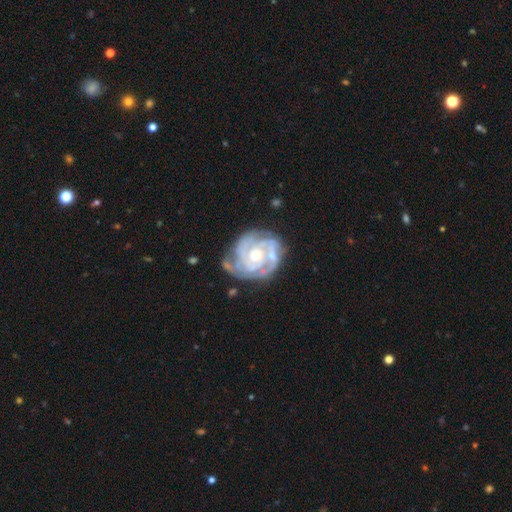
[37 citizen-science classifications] smooth-or-featured: featured or disk: 86% | smooth: 8% | star or artifact: 5%
  disk-edge-on: no: 100% | yes: 0%
    bar: no: 53% | weak: 31% | strong: 16%
    has-spiral-arms: yes: 88% | no: 12%
      spiral-winding: tight: 64% | medium: 25% | loose: 11%
      spiral-arm-count: 2: 50% | 3: 18% | can't tell: 18% | 4: 7% | 1: 4% | more than 4: 4%
    bulge-size: moderate: 50% | small: 41% | large: 6% | dominant: 3% | none: 0%
  merging: none: 80% | minor disturbance: 9% | major disturbance: 6% | merger: 6%